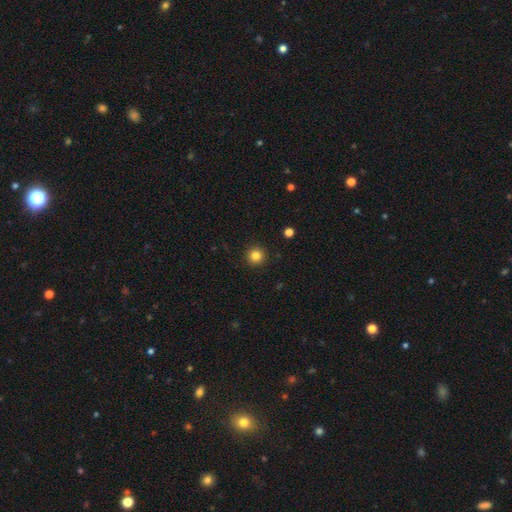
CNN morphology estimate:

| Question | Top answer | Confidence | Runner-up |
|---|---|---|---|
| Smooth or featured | smooth | 83% | star or artifact (12%) |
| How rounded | round | 96% | in between (3%) |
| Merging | none | 93% | minor disturbance (4%) |